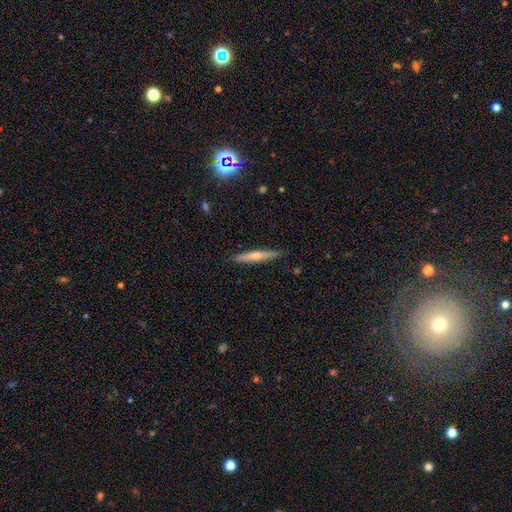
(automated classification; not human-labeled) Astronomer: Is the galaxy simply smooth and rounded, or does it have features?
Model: featured or disk — 55% (runner-up: smooth, 38%).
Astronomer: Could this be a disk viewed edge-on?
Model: yes — 95%.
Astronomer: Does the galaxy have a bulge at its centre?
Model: rounded — 84%.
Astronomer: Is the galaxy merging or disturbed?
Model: none — 88%.